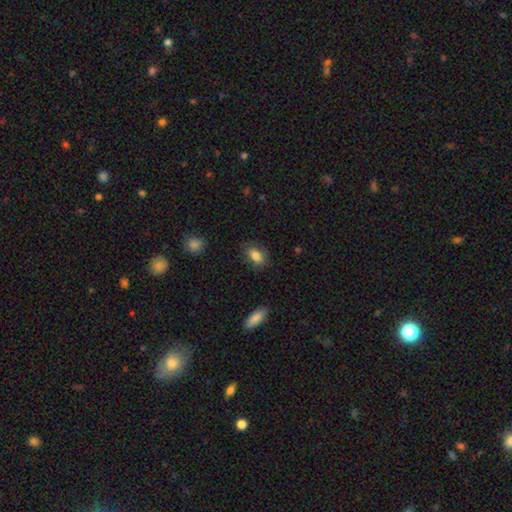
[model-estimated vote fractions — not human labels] A smooth galaxy with no disk features (84%) that is in between round and cigar-shaped (87%).

Vote fractions:
- Smooth or featured? smooth: 84% / featured or disk: 8% / star or artifact: 8%
- How rounded? in between: 87% / round: 8% / cigar-shaped: 4%
- Merging? none: 80% / minor disturbance: 15% / major disturbance: 4% / merger: 1%